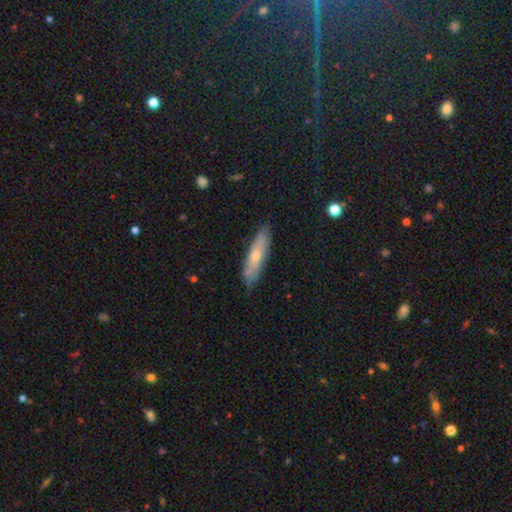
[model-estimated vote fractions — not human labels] Overall: smooth (57%; featured or disk 37%). How rounded: cigar-shaped (75%). Merging: none (80%).